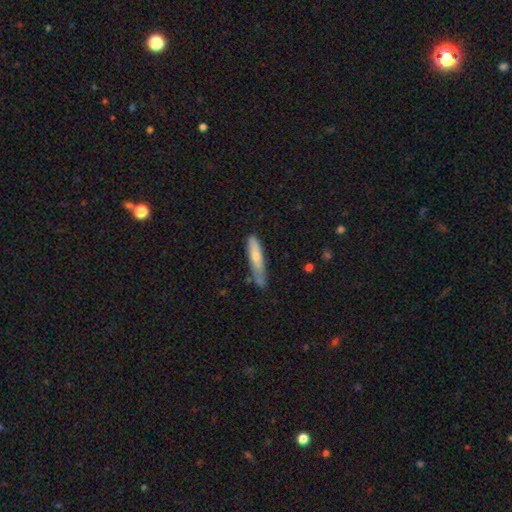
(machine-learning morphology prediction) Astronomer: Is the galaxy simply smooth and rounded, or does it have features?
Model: smooth — 62%.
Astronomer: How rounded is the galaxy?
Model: cigar-shaped — 85%.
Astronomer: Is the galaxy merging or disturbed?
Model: none — 57%.